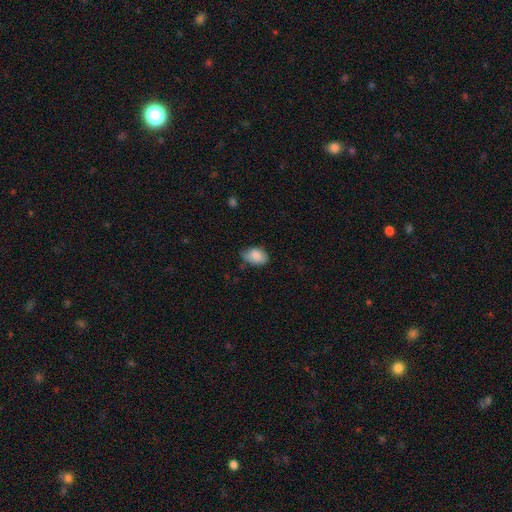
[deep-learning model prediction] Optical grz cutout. It shows a smooth galaxy with no disk features (85%) that is in between round and cigar-shaped (84%). Merging: none (55%).